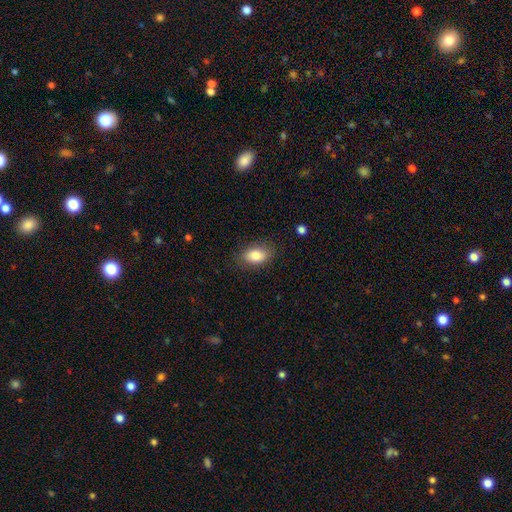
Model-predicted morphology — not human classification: smooth-or-featured: smooth: 83% | featured or disk: 9% | star or artifact: 8%
  how-rounded: in between: 87% | round: 11% | cigar-shaped: 2%
  merging: none: 82% | minor disturbance: 13% | major disturbance: 4% | merger: 1%